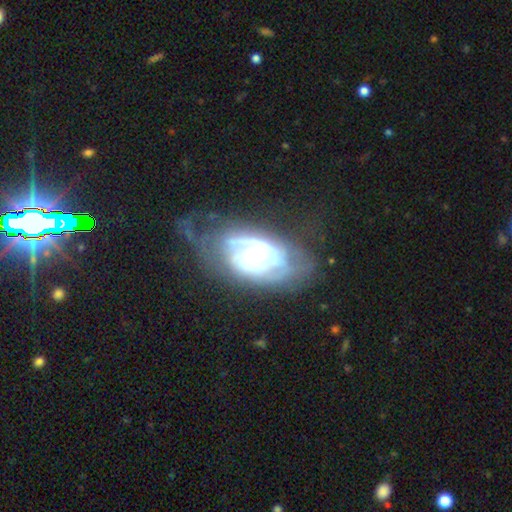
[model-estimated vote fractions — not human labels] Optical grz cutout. It shows a featured or disk galaxy (83%) with no bar (75%), tight (63%) spiral arms (82%) and a moderate central bulge (59%). Merging: none (49%).